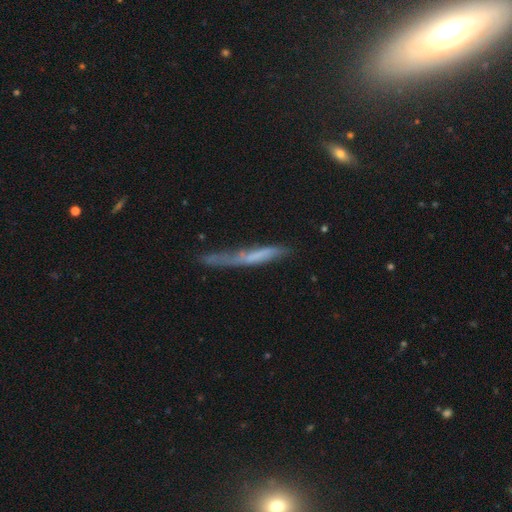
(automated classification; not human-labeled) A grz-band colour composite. It shows a smooth galaxy with no disk features (51%) that is cigar-shaped (93%). Merging: none (44%).